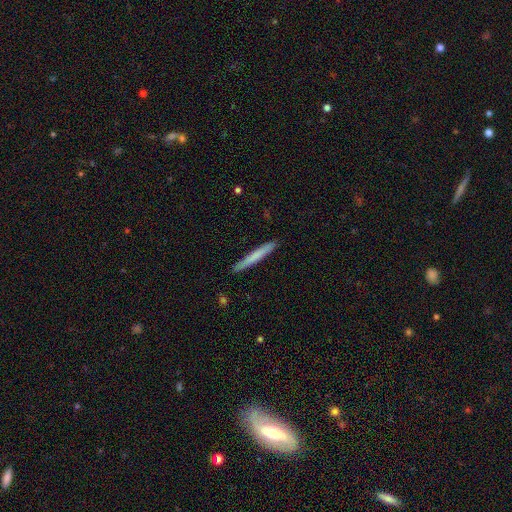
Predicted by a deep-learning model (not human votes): Smooth or featured?
  - smooth: 67% *
  - featured or disk: 27%
  - star or artifact: 5%
How rounded?
  - cigar-shaped: 97% *
  - in between: 2%
  - round: 1%
Merging?
  - none: 91% *
  - minor disturbance: 6%
  - major disturbance: 1%
  - merger: 1%